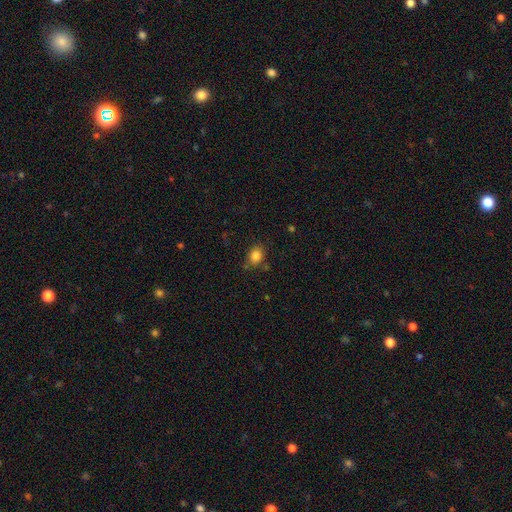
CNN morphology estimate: Q: Smooth or featured?
A: smooth (84%); runner-up: star or artifact (11%)
Q: How rounded?
A: round (51%); runner-up: in between (48%)
Q: Merging?
A: none (76%); runner-up: minor disturbance (15%)